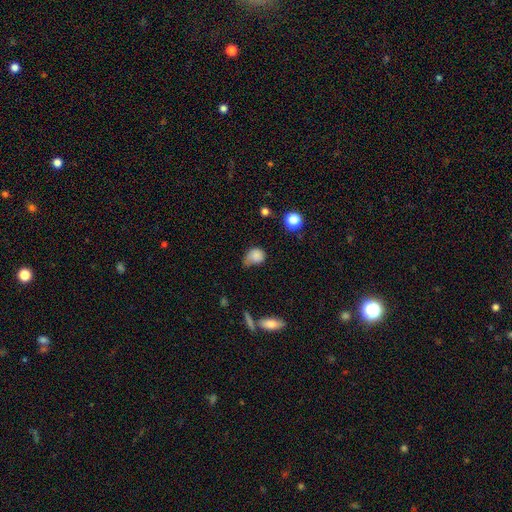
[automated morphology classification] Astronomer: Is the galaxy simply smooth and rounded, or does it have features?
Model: smooth — 82%.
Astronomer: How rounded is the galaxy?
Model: round — 54% (runner-up: in between, 45%).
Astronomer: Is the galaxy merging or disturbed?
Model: minor disturbance — 43% (runner-up: none, 35%).